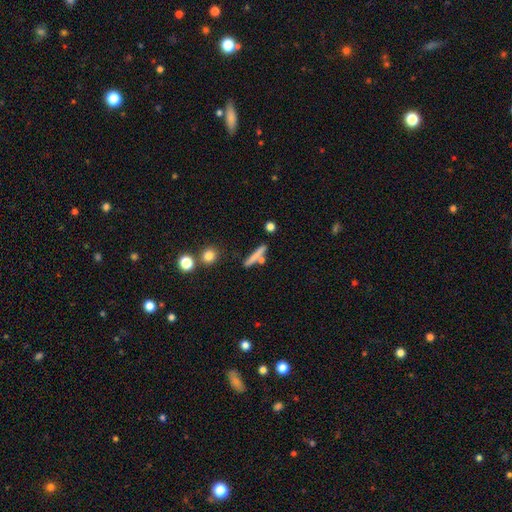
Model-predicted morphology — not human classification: Smooth or featured?
  - smooth: 68% *
  - featured or disk: 23%
  - star or artifact: 9%
How rounded?
  - cigar-shaped: 88% *
  - in between: 8%
  - round: 4%
Merging?
  - none: 71% *
  - merger: 14%
  - minor disturbance: 11%
  - major disturbance: 4%